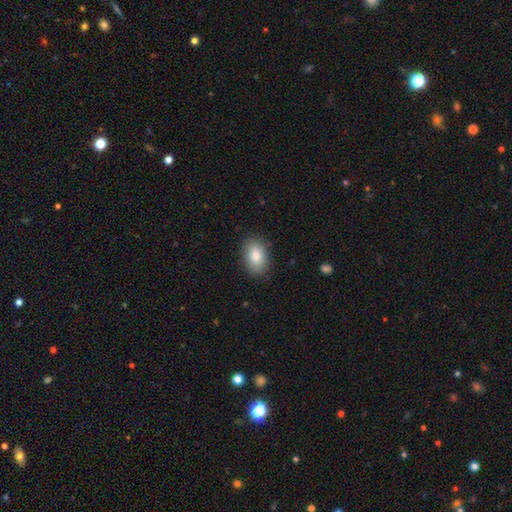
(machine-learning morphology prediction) smooth-or-featured: smooth: 83% | featured or disk: 9% | star or artifact: 8%
  how-rounded: in between: 85% | round: 14% | cigar-shaped: 1%
  merging: none: 87% | minor disturbance: 10% | major disturbance: 3% | merger: 1%